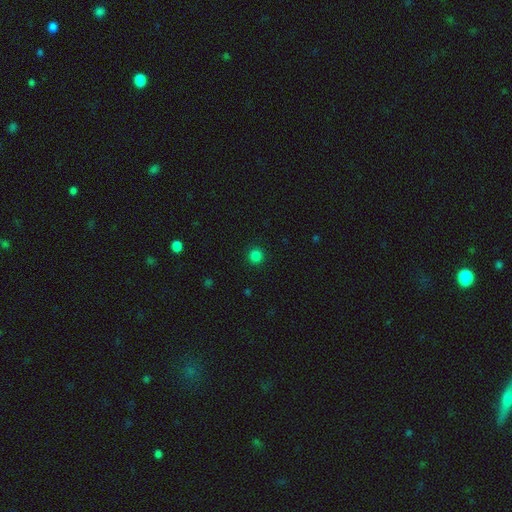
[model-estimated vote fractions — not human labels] The model was most divided on "smooth or featured": smooth: 83%, star or artifact: 14%, featured or disk: 3%. More confident: how rounded — round (95%); merging — none (93%).